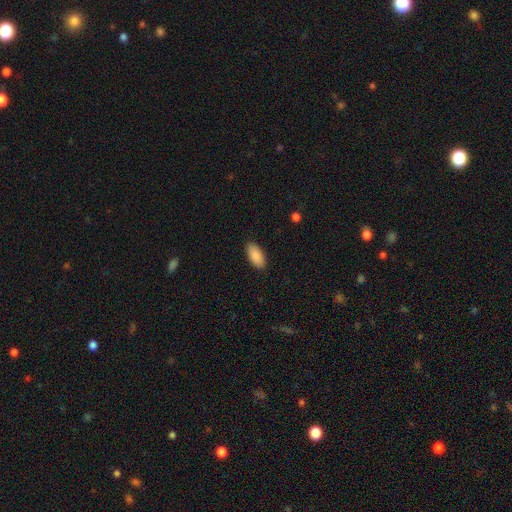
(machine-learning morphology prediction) Smooth or featured? Predicted: smooth (p=0.90). How rounded? Predicted: in between (p=0.92). Merging? Predicted: none (p=0.90).